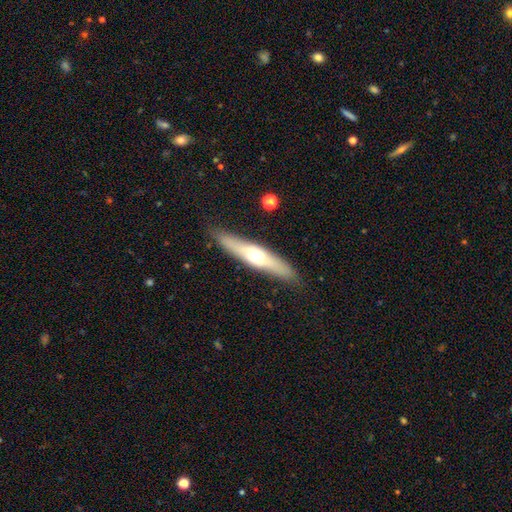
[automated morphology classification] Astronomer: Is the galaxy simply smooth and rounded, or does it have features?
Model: featured or disk — 53% (runner-up: smooth, 41%).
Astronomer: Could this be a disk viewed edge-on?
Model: yes — 86%.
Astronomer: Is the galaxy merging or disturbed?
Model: none — 87%.